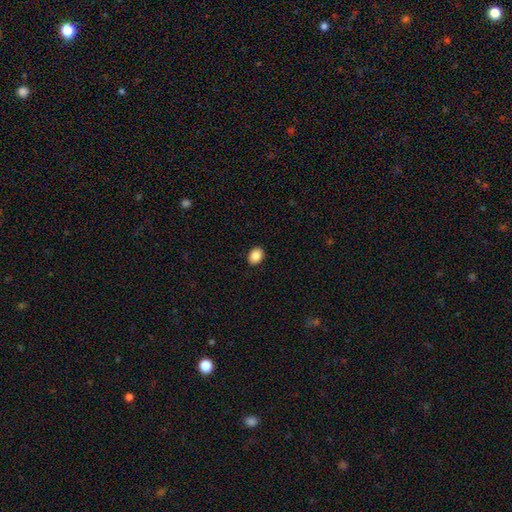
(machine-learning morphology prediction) This appears to be a smooth galaxy with no disk features (87%) that is in between round and cigar-shaped (65%). Merging: none (90%).